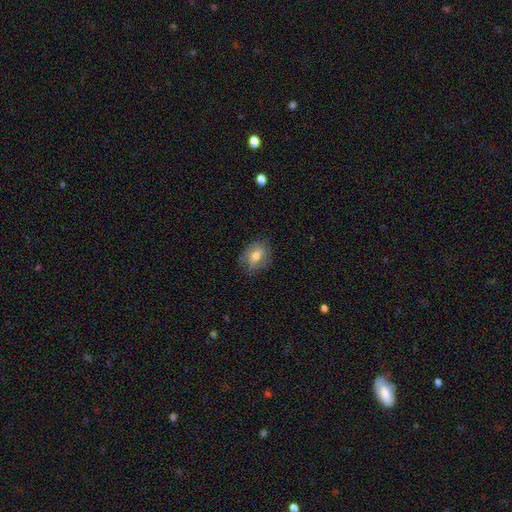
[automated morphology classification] Overall: smooth (63%; featured or disk 29%). How rounded: in between (63%; round 35%). Merging: none (73%).